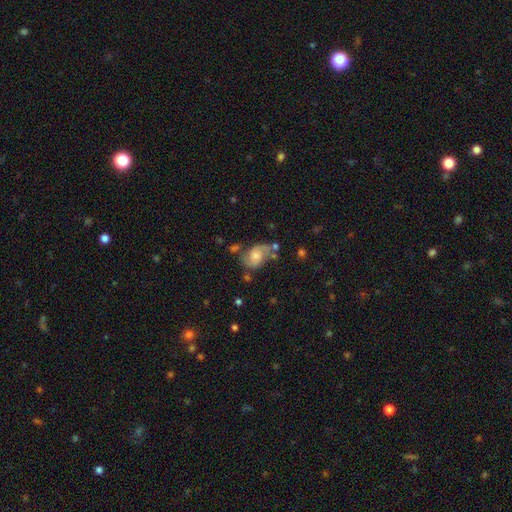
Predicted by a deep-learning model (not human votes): A featured or disk galaxy (61%) with no bar (68%), 2 (82%) medium (47%) spiral arms (86%) and a moderate central bulge (58%).

Vote fractions:
- Smooth or featured? featured or disk: 61% / smooth: 30% / star or artifact: 9%
- Edge-on disk? no: 97% / yes: 3%
- Bar? no: 68% / weak: 28% / strong: 5%
- Spiral arms? yes: 86% / no: 14%
- Spiral winding? medium: 47% / loose: 29% / tight: 24%
- Spiral arm count? 2: 82% / can't tell: 9% / 1: 5% / 3: 1% / 4: 1% / more than 4: 1%
- Bulge size? moderate: 58% / small: 29% / large: 8% / none: 3% / dominant: 1%
- Merging? none: 50% / minor disturbance: 26% / major disturbance: 13% / merger: 11%